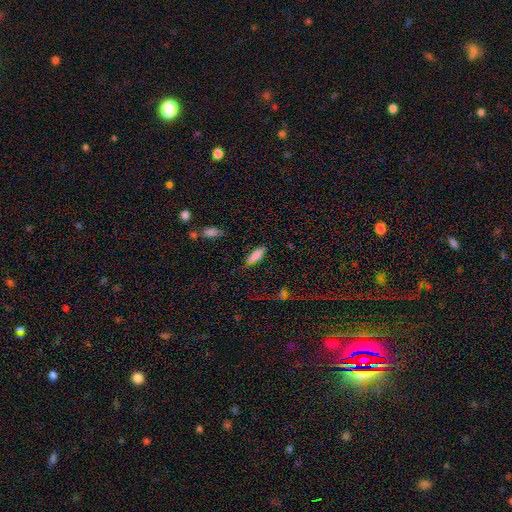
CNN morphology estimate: A smooth galaxy with no disk features (83%) that is in between round and cigar-shaped (64%). Merging: none (70%).